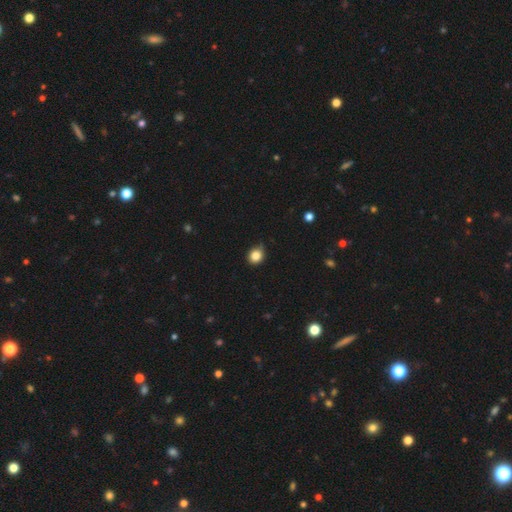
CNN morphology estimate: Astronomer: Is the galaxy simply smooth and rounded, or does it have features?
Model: smooth — 84%.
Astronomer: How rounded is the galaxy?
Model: round — 74%.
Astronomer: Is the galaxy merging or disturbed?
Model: none — 69%.